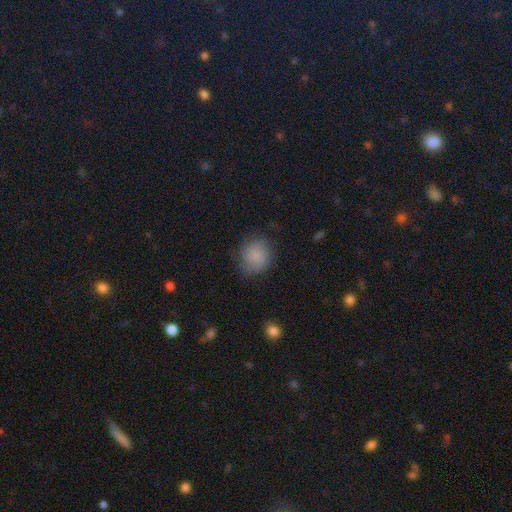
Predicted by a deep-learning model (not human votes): A smooth galaxy with no disk features (80%) that is round (81%). Merging: none (74%).